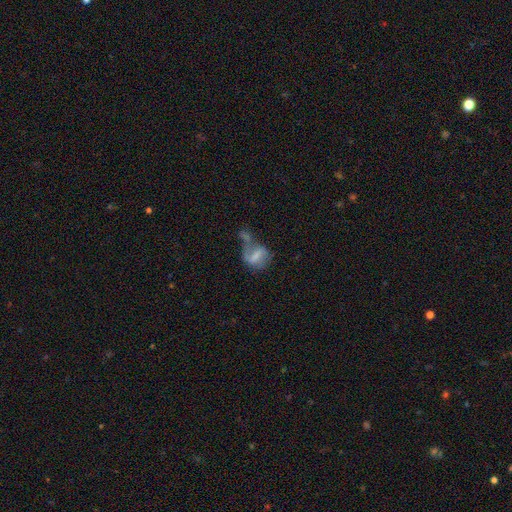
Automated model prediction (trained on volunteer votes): Morphology: type=featured or disk (54%); edge-on=no (96%); bar=weak (41%); spiral arms=yes (63%); bulge=none (44%); merging=major disturbance (32%).